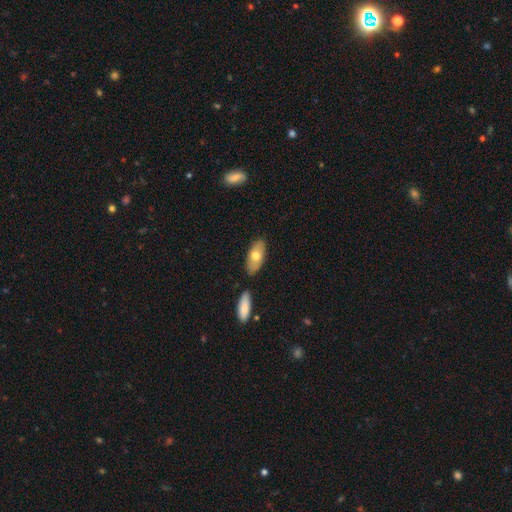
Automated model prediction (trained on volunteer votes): A smooth galaxy with no disk features (68%) that is in between round and cigar-shaped (91%). Merging: none (77%).